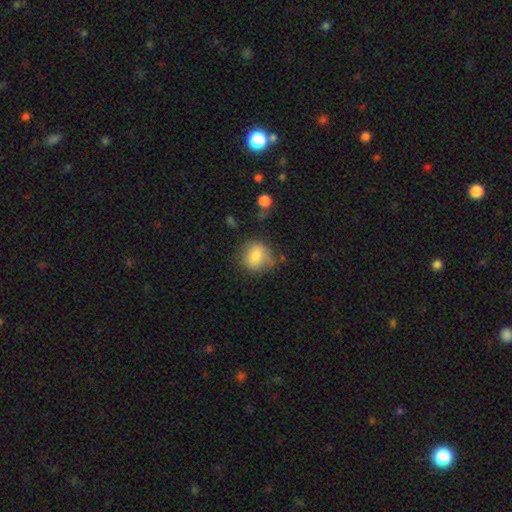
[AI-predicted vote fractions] The model was most divided on "merging": none: 59%, minor disturbance: 27%, major disturbance: 10%, merger: 4%. More confident: smooth or featured — smooth (79%); how rounded — round (69%).